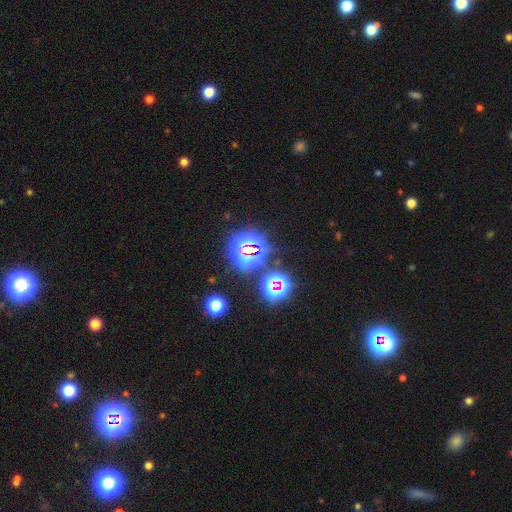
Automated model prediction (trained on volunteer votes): This appears to be a star or artifact, not a galaxy (76%).